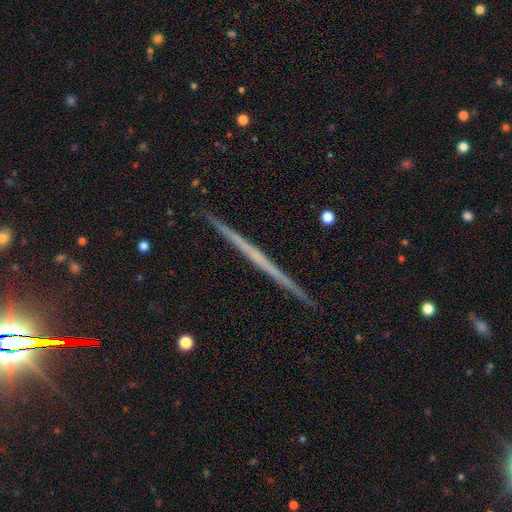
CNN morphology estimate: A featured or disk galaxy (67%) viewed edge-on (98%) with no central bulge (83%). Merging: none (92%).